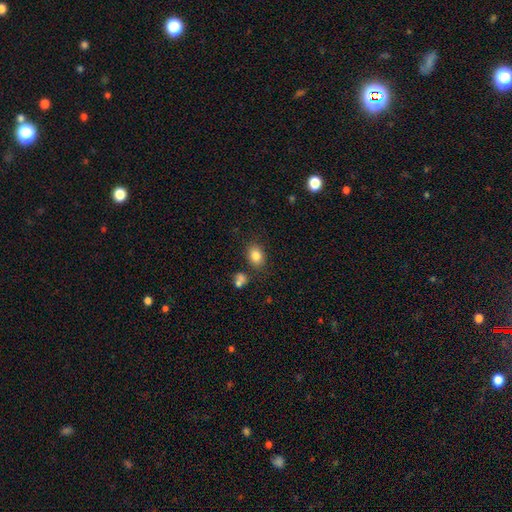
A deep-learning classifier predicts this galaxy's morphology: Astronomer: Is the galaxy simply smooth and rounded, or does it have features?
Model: smooth — 83%.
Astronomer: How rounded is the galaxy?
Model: in between — 66%.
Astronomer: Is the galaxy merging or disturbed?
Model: none — 79%.